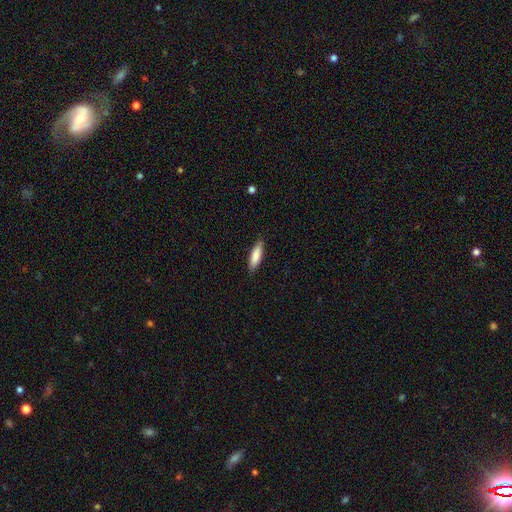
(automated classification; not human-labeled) Q: Smooth or featured?
A: smooth (84%); runner-up: featured or disk (10%)
Q: How rounded?
A: cigar-shaped (56%); runner-up: in between (42%)
Q: Merging?
A: none (85%); runner-up: minor disturbance (12%)